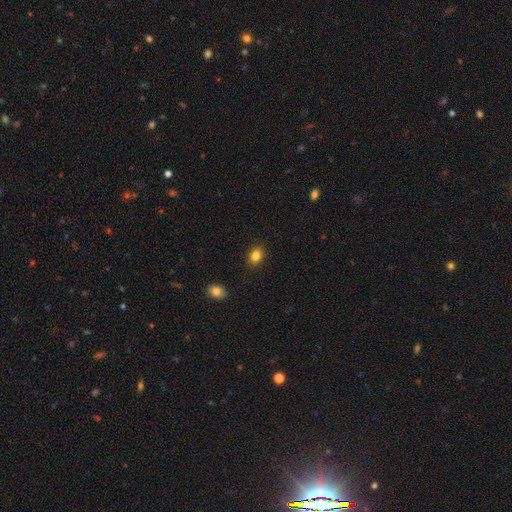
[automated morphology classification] Smooth or featured? Predicted: smooth (p=0.84). How rounded? Predicted: in between (p=0.67). Merging? Predicted: none (p=0.87).